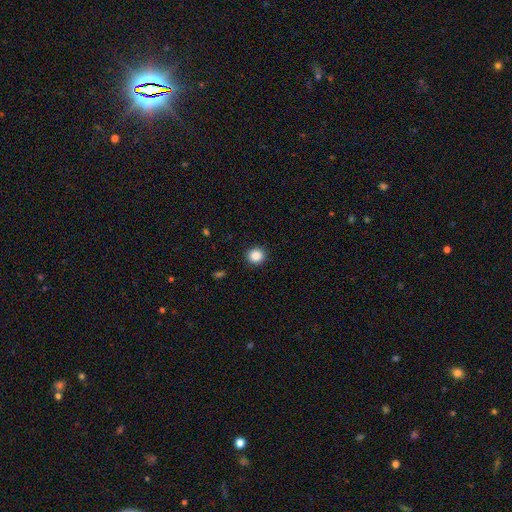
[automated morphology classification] Q: Smooth or featured?
A: smooth (88%); runner-up: star or artifact (9%)
Q: How rounded?
A: round (90%); runner-up: in between (9%)
Q: Merging?
A: none (92%); runner-up: minor disturbance (5%)